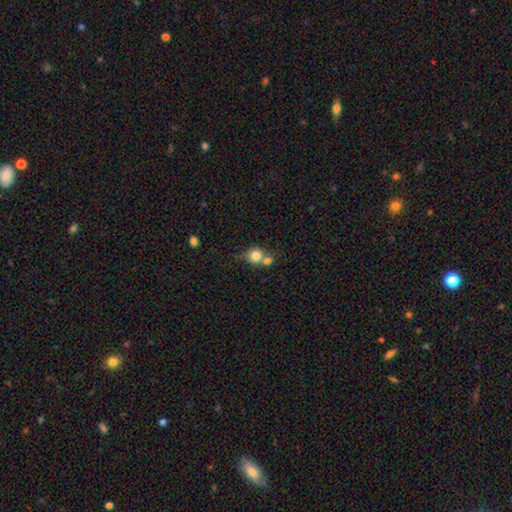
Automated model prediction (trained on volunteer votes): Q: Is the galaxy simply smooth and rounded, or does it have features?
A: smooth — 76%.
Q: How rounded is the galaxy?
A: round — 82%.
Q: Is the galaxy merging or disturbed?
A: merger — 48%.